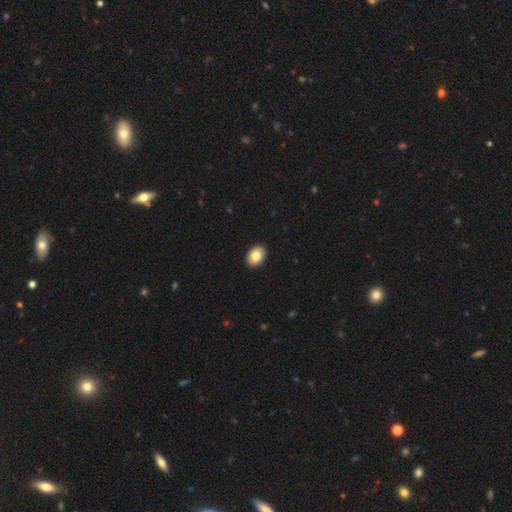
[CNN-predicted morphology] Smooth or featured: smooth — 83% (featured or disk — 10%)
How rounded: in between — 78% (round — 21%)
Merging: none — 92% (minor disturbance — 5%)